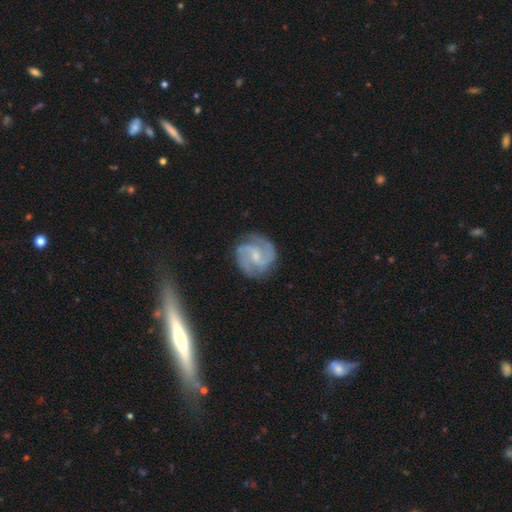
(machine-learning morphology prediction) Q: Smooth or featured?
A: featured or disk (89%); runner-up: smooth (7%)
Q: Edge-on disk?
A: no (98%); runner-up: yes (2%)
Q: Bar?
A: weak (51%); runner-up: no (33%)
Q: Spiral arms?
A: yes (98%); runner-up: no (2%)
Q: Spiral winding?
A: medium (56%); runner-up: tight (30%)
Q: Spiral arm count?
A: 2 (79%); runner-up: 3 (11%)
Q: Bulge size?
A: small (61%); runner-up: moderate (27%)
Q: Merging?
A: none (79%); runner-up: minor disturbance (15%)